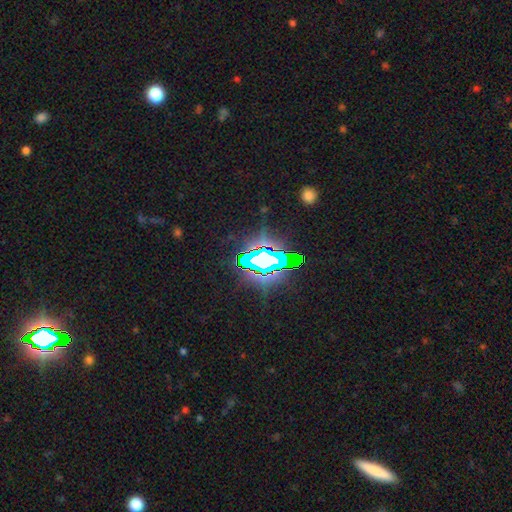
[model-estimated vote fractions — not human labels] smooth_or_featured: star or artifact (p=0.74) [alt: smooth p=0.13]